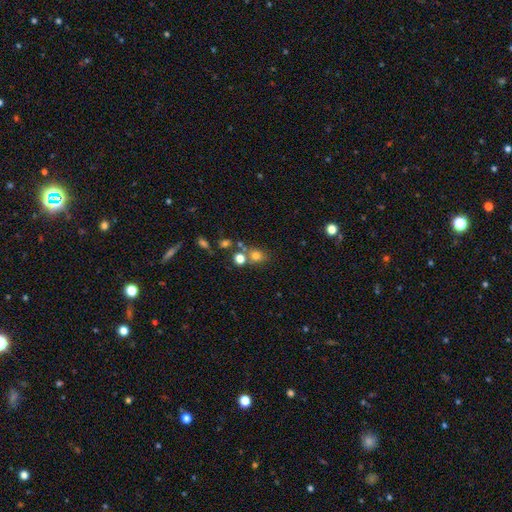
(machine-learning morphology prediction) Overall: smooth (73%). How rounded: round (70%). Merging: none (58%; merger 26%).